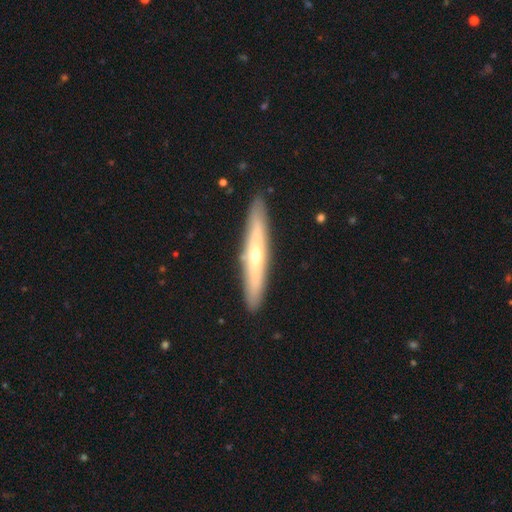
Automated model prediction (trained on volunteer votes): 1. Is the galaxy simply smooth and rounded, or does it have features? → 59% featured or disk, 35% smooth, 6% star or artifact.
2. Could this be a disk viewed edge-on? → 86% yes, 14% no.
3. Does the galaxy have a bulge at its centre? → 78% rounded, 20% none, 2% boxy.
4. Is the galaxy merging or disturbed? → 90% none, 7% minor disturbance, 1% major disturbance, 1% merger.